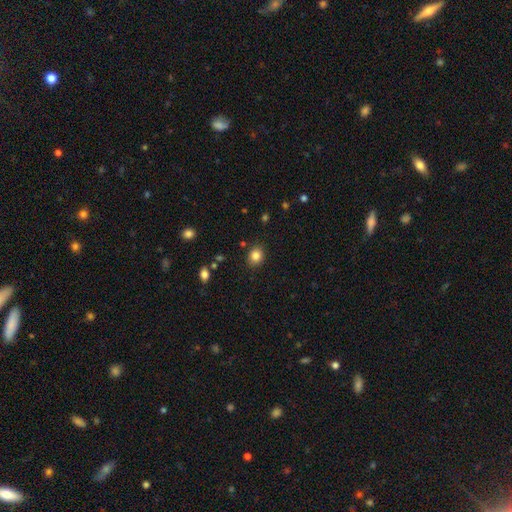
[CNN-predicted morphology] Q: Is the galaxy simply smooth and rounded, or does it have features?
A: smooth — 84%.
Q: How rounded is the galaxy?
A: round — 60%.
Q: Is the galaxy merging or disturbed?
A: none — 86%.